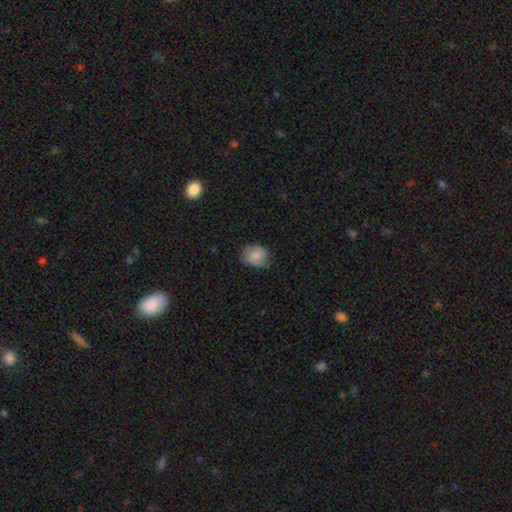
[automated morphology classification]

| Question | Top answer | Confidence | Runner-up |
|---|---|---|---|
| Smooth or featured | smooth | 84% | featured or disk (8%) |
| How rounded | round | 58% | in between (41%) |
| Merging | none | 76% | minor disturbance (19%) |